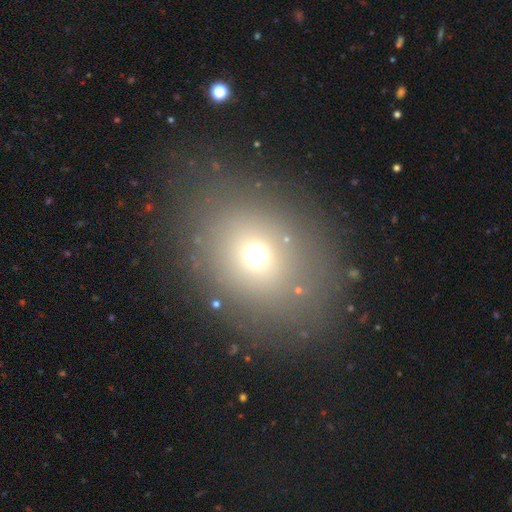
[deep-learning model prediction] smooth_or_featured: smooth (p=0.66) [alt: star or artifact p=0.22]
how_rounded: round (p=0.56) [alt: in between p=0.43]
merging: none (p=0.78) [alt: minor disturbance p=0.11]